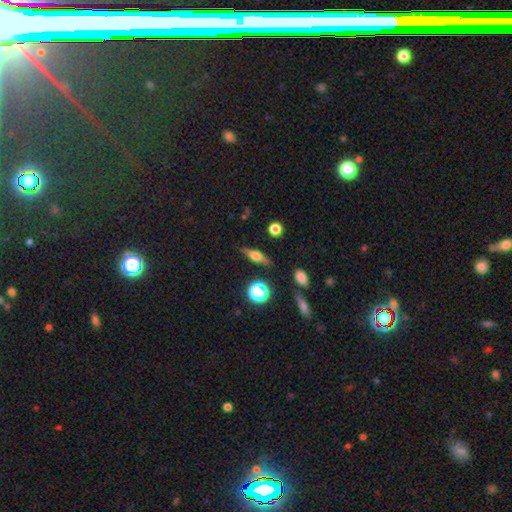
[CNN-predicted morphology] Smooth or featured: featured or disk — 56% (smooth — 33%)
Edge-on disk: yes — 93% (no — 7%)
Edge-on bulge: rounded — 90% (boxy — 8%)
Merging: none — 84% (minor disturbance — 11%)